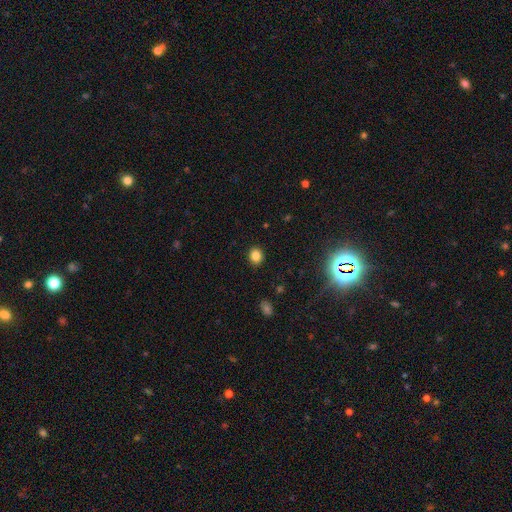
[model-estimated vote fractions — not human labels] Smooth or featured? Predicted: smooth (p=0.83). How rounded? Predicted: round (p=0.68). Merging? Predicted: none (p=0.90).